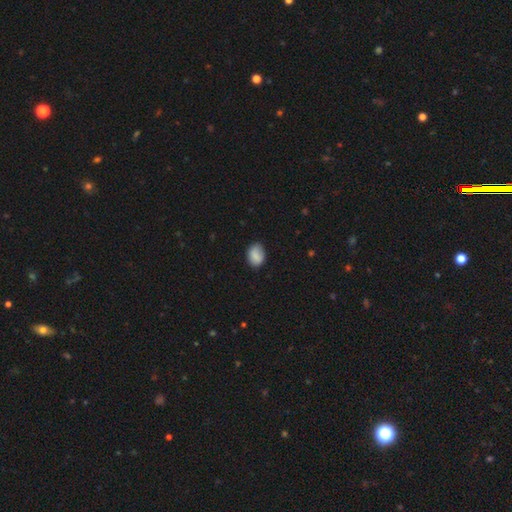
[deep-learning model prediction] Smooth or featured? Predicted: smooth (p=0.86). How rounded? Predicted: in between (p=0.71). Merging? Predicted: none (p=0.78).